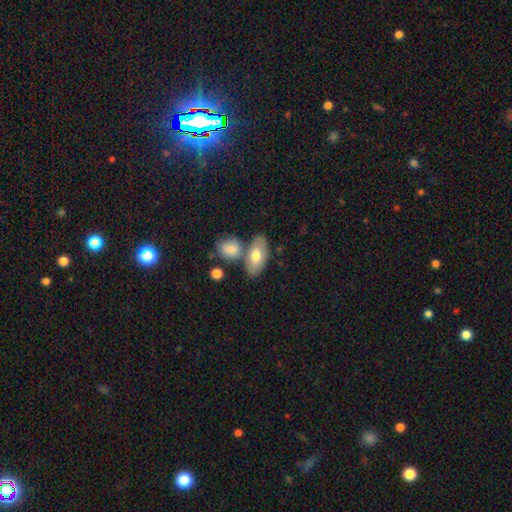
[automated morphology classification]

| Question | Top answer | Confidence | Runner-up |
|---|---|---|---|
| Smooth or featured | smooth | 71% | featured or disk (23%) |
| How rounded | in between | 89% | cigar-shaped (6%) |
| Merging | none | 62% | merger (23%) |